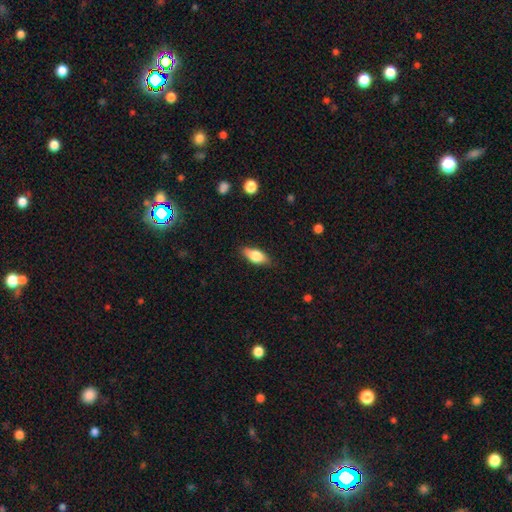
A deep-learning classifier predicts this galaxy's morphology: A smooth galaxy with no disk features (74%) that is in between round and cigar-shaped (82%). Merging: none (81%).